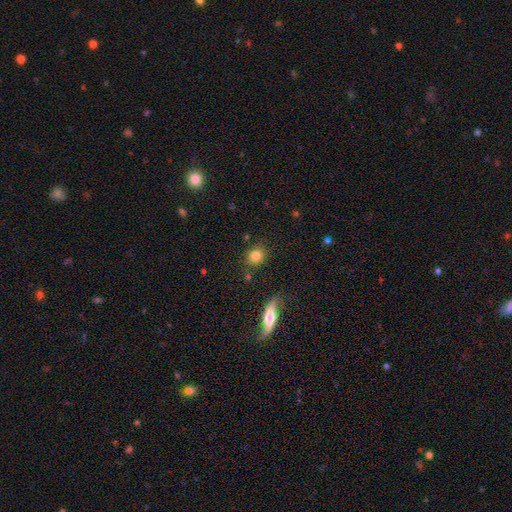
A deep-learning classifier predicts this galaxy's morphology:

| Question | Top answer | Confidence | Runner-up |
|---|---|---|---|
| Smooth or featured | smooth | 83% | star or artifact (9%) |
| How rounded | round | 73% | in between (25%) |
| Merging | none | 83% | minor disturbance (9%) |